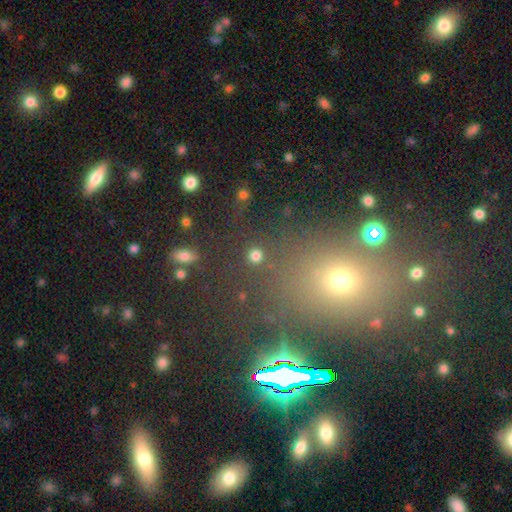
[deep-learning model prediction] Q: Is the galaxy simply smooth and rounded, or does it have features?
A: smooth — 79%.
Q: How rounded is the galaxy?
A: round — 93%.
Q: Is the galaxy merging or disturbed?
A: none — 87%.